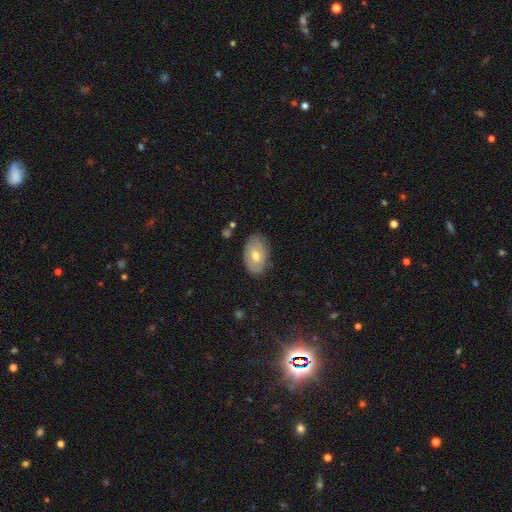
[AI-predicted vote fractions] This appears to be a featured or disk galaxy (47%). Merging: none (79%).